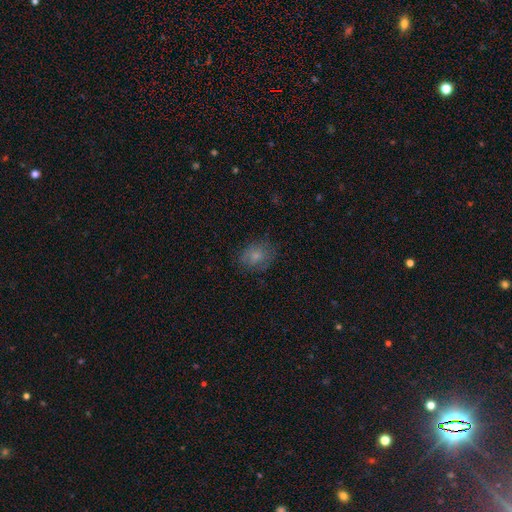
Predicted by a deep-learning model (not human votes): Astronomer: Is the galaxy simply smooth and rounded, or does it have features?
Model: smooth — 76%.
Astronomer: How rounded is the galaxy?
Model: in between — 55% (runner-up: round, 43%).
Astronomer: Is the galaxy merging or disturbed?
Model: none — 72%.